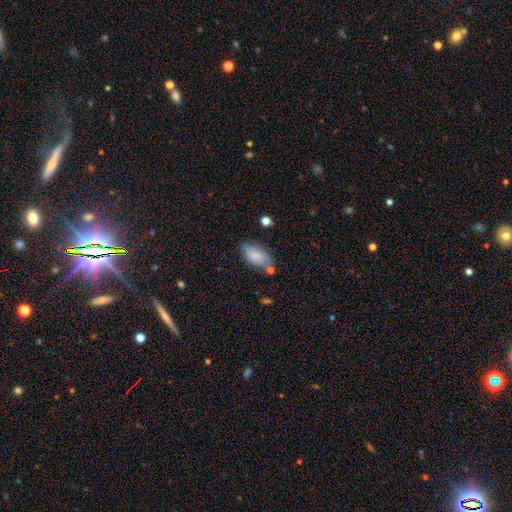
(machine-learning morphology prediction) Overall: smooth (75%). How rounded: in between (92%). Merging: none (62%; minor disturbance 24%).